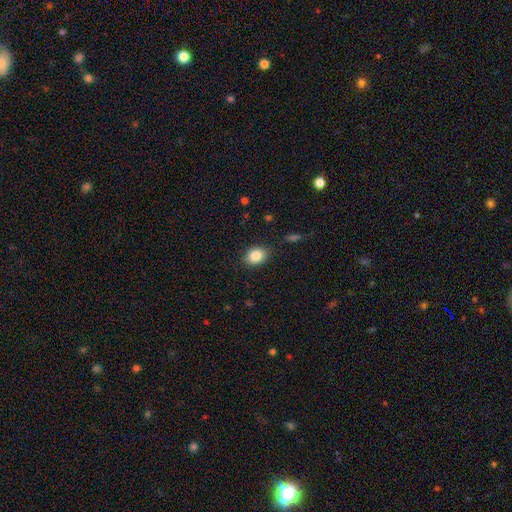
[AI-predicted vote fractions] Smooth or featured?
  - smooth: 86% *
  - star or artifact: 9%
  - featured or disk: 6%
How rounded?
  - in between: 55% *
  - round: 44%
  - cigar-shaped: 1%
Merging?
  - none: 87% *
  - minor disturbance: 9%
  - major disturbance: 3%
  - merger: 1%